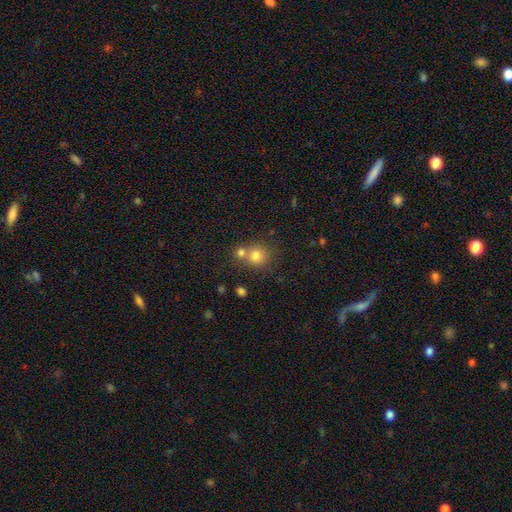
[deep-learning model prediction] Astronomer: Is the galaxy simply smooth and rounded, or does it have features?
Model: smooth — 77%.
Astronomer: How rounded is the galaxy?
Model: round — 85%.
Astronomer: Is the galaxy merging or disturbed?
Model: none — 49% (runner-up: merger, 41%).